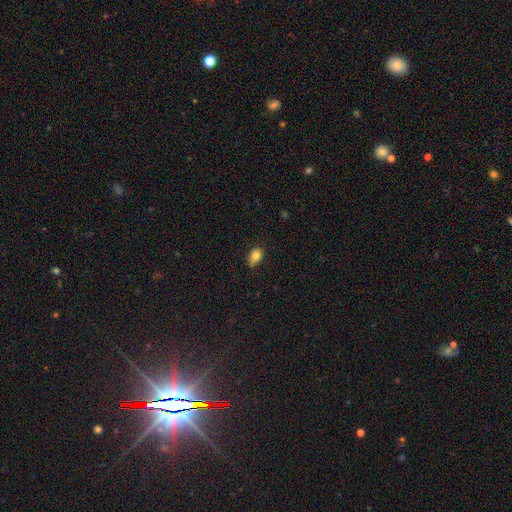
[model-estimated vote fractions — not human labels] This appears to be a smooth galaxy with no disk features (83%) that is in between round and cigar-shaped (74%). Merging: none (58%).